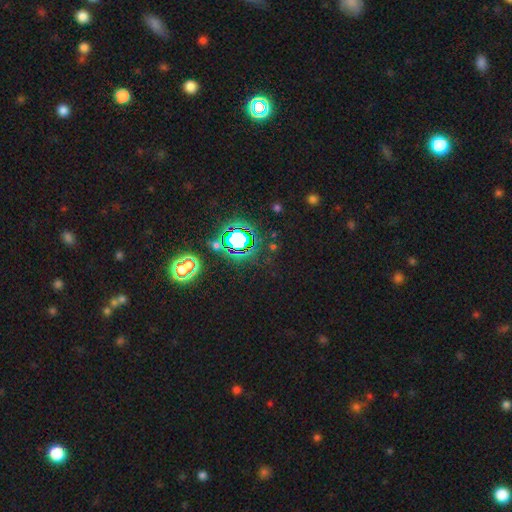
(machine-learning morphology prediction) Overall: star or artifact (78%).